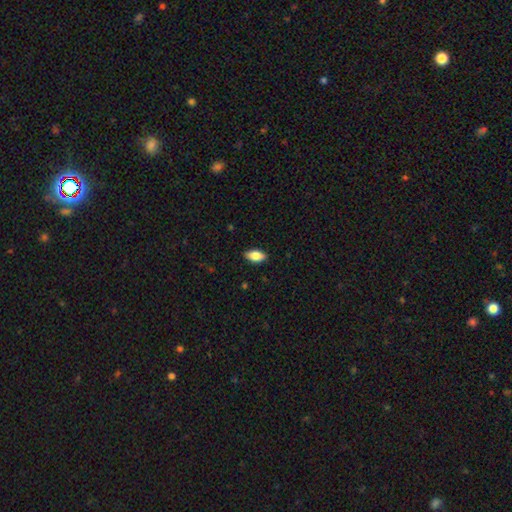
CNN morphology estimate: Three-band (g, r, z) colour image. It shows a smooth galaxy with no disk features (84%) that is in between round and cigar-shaped (91%). Merging: none (87%).